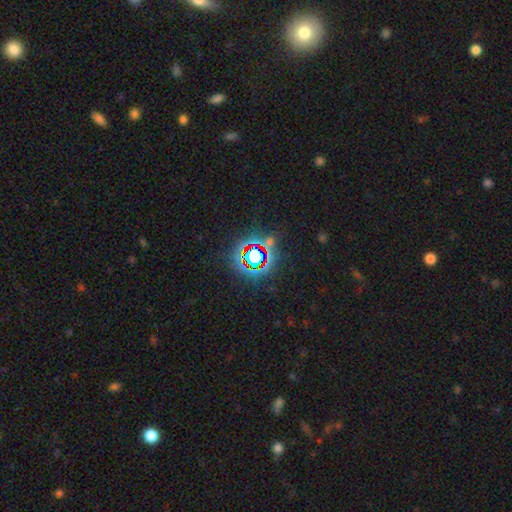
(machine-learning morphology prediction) A star or artifact, not a galaxy (75%).

Vote fractions:
- Smooth or featured? star or artifact: 75% / smooth: 15% / featured or disk: 10%